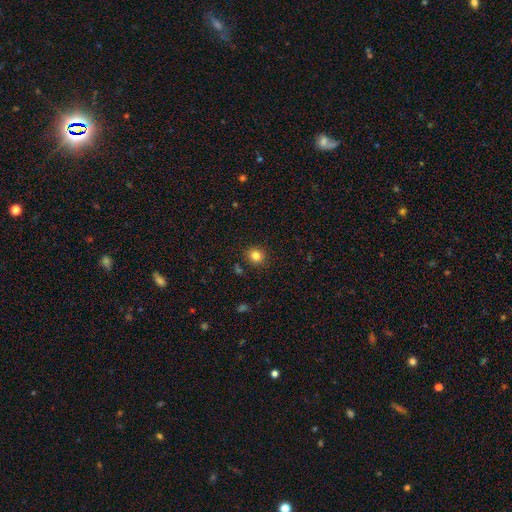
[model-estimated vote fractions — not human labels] A smooth galaxy with no disk features (83%) that is round (83%).

Vote fractions:
- Smooth or featured? smooth: 83% / star or artifact: 12% / featured or disk: 5%
- How rounded? round: 83% / in between: 16% / cigar-shaped: 1%
- Merging? none: 89% / minor disturbance: 7% / major disturbance: 2% / merger: 2%